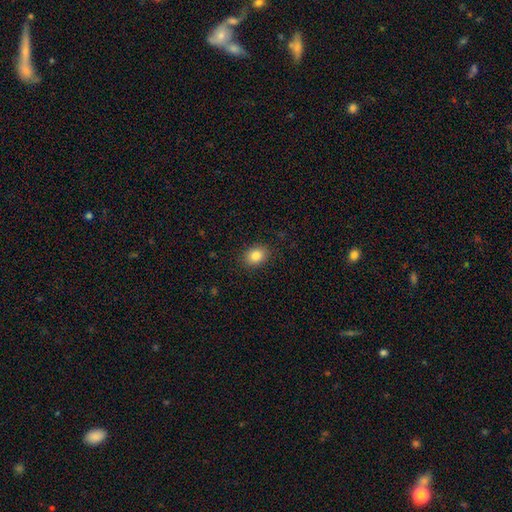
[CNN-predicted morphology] Smooth or featured?
  - smooth: 84% *
  - star or artifact: 9%
  - featured or disk: 7%
How rounded?
  - in between: 62% *
  - round: 37%
  - cigar-shaped: 1%
Merging?
  - none: 88% *
  - minor disturbance: 9%
  - major disturbance: 2%
  - merger: 1%